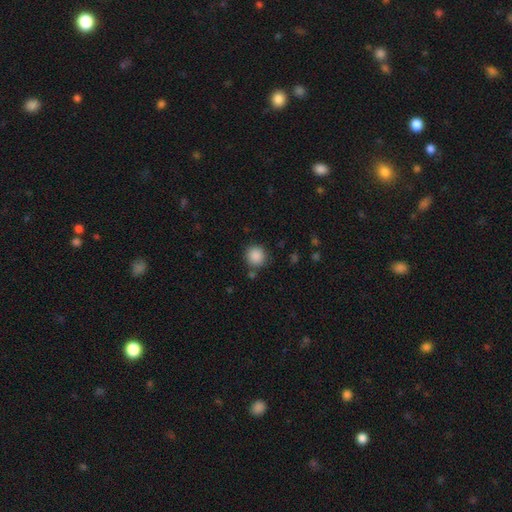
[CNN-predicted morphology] Smooth or featured? smooth (88%)
How rounded? round (93%)
Merging? none (83%)